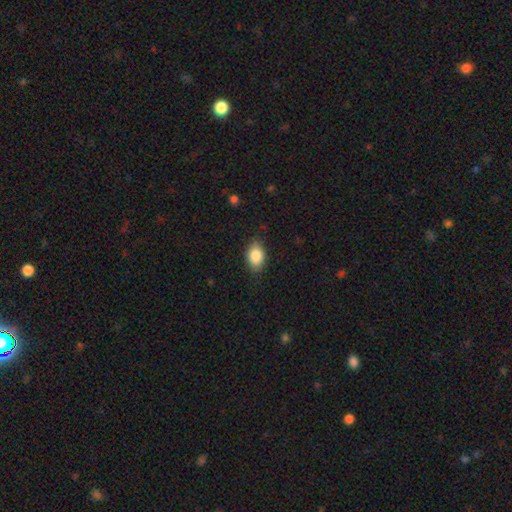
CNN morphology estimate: The model was most divided on "merging": none: 80%, minor disturbance: 16%, major disturbance: 3%, merger: 1%. More confident: how rounded — in between (85%); smooth or featured — smooth (85%).